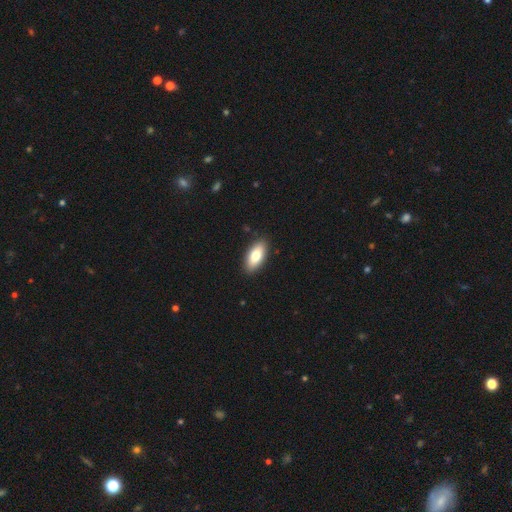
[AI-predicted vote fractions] Overall: smooth (79%). How rounded: in between (88%). Merging: none (89%).